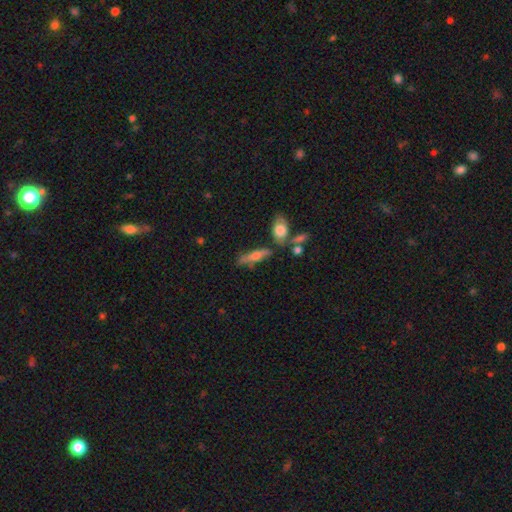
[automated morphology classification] Overall: smooth (54%; featured or disk 38%). How rounded: cigar-shaped (63%; in between 34%). Merging: none (62%).